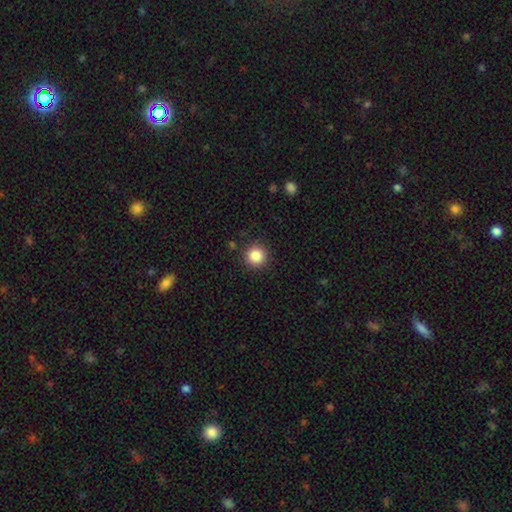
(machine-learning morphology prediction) Smooth or featured? smooth (86%)
How rounded? round (95%)
Merging? none (90%)